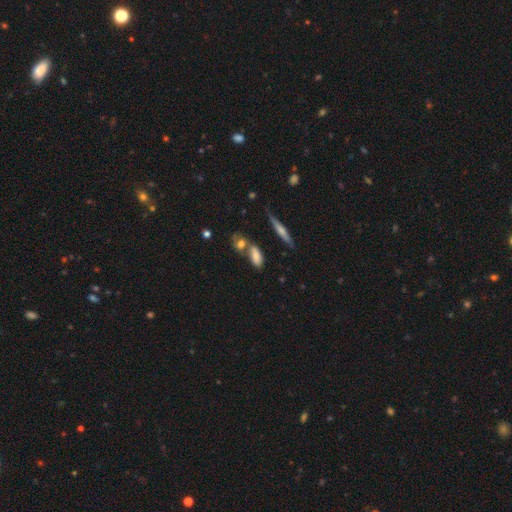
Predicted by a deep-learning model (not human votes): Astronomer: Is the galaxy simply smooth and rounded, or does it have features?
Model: smooth — 72%.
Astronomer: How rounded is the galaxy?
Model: in between — 76%.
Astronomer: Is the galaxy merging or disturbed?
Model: none — 50% (runner-up: merger, 27%).